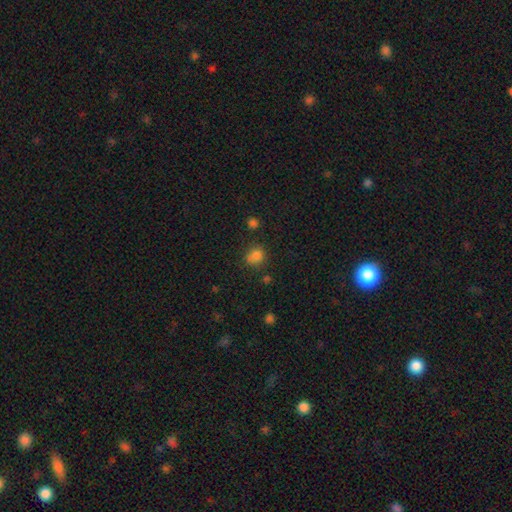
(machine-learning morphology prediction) The model was most divided on "how rounded": round: 70%, in between: 29%, cigar-shaped: 1%. More confident: smooth or featured — smooth (81%); merging — none (70%).